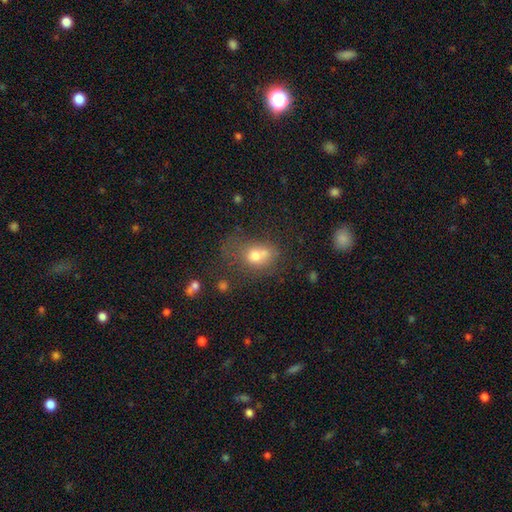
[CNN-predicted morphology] smooth 68%, featured or disk 19%, star or artifact 14%. Down the decision tree: how rounded — in between (51%); merging — merger (35%).